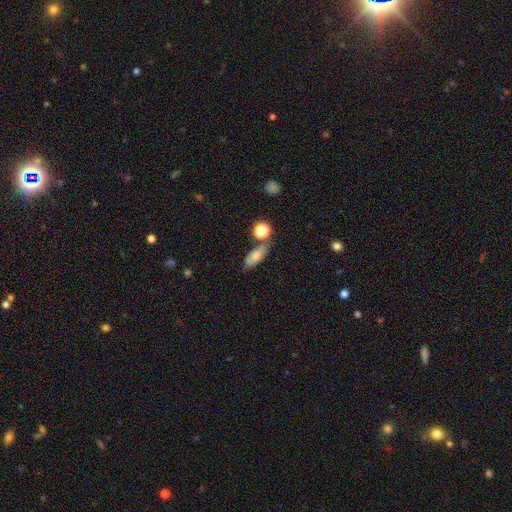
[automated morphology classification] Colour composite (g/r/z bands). It shows a smooth galaxy with no disk features (71%) that is in between round and cigar-shaped (71%). Merging: none (66%).